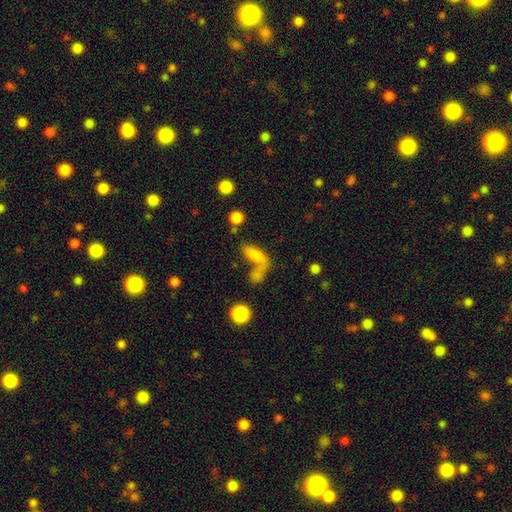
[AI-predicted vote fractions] Morphology: type=smooth (74%); roundness=in between (68%); merging=merger (44%).